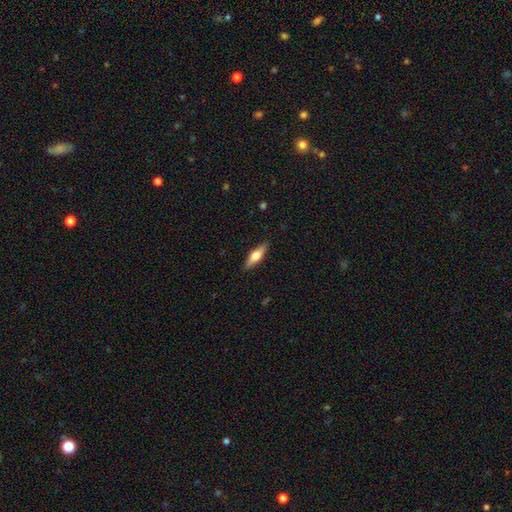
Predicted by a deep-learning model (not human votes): Smooth or featured: smooth — 54% (featured or disk — 40%)
How rounded: cigar-shaped — 58% (in between — 40%)
Merging: none — 88% (minor disturbance — 9%)